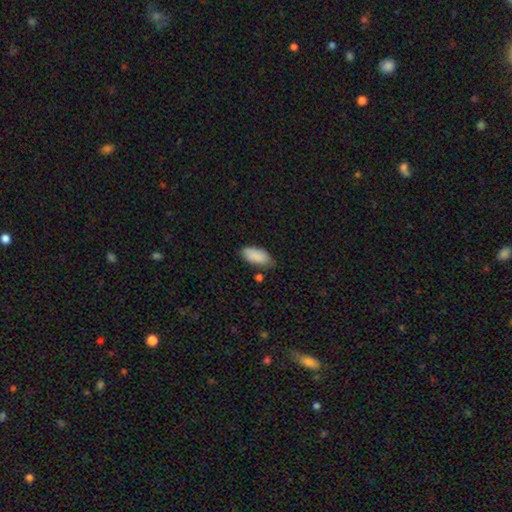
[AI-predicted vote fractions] A smooth galaxy with no disk features (89%) that is in between round and cigar-shaped (91%).

Vote fractions:
- Smooth or featured? smooth: 89% / star or artifact: 6% / featured or disk: 5%
- How rounded? in between: 91% / cigar-shaped: 8% / round: 2%
- Merging? none: 69% / minor disturbance: 24% / major disturbance: 4% / merger: 3%